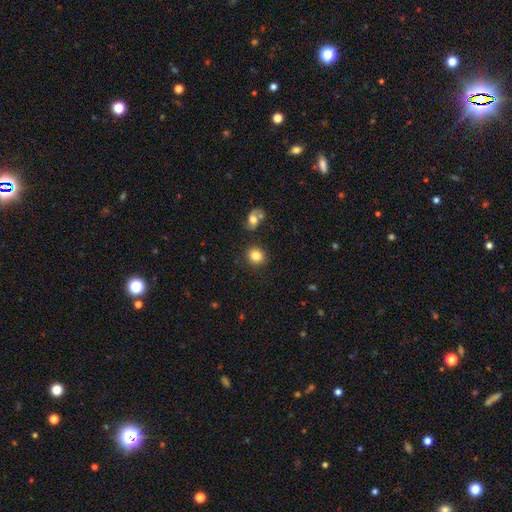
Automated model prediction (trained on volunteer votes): smooth_or_featured: smooth (p=0.84) [alt: star or artifact p=0.10]
how_rounded: round (p=0.82) [alt: in between p=0.17]
merging: none (p=0.84) [alt: minor disturbance p=0.08]